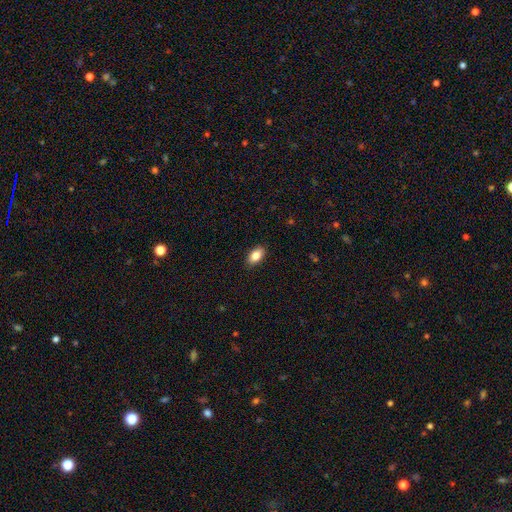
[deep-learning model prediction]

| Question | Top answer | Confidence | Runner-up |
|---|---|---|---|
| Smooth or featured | smooth | 85% | star or artifact (8%) |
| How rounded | in between | 91% | round (6%) |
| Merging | none | 88% | minor disturbance (9%) |